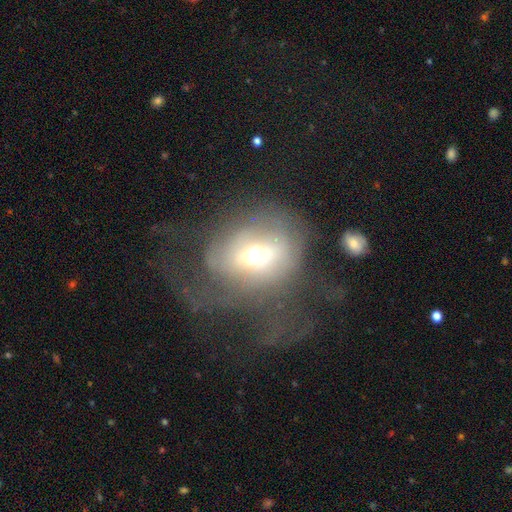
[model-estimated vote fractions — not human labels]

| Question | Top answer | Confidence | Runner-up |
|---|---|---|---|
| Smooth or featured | smooth | 44% | tied: featured or disk (44%) |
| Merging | major disturbance | 52% | none (27%) |